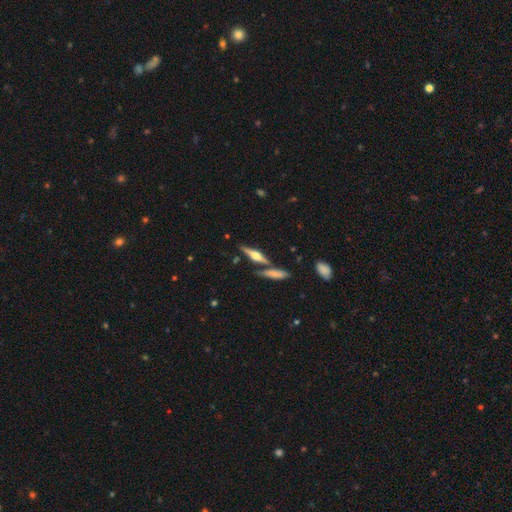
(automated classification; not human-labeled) Q: Smooth or featured?
A: featured or disk (72%); runner-up: smooth (21%)
Q: Edge-on disk?
A: yes (97%); runner-up: no (3%)
Q: Edge-on bulge?
A: rounded (88%); runner-up: boxy (9%)
Q: Merging?
A: none (74%); runner-up: merger (14%)